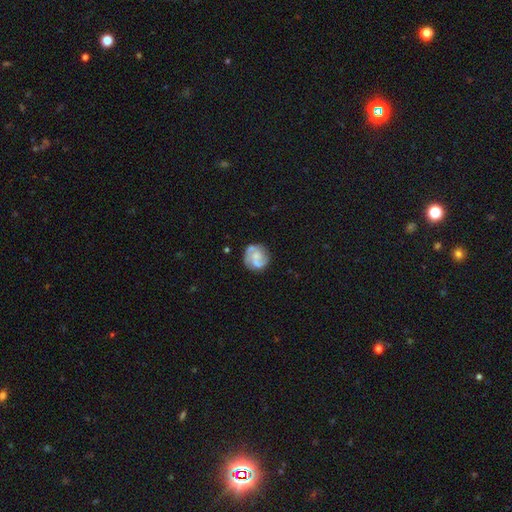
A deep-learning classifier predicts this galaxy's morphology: This is likely a featured or disk galaxy (67%). It is clearly not viewed edge-on (98%). Bar: likely no (68%). Spiral arm pattern: clearly yes (82%). Spiral arm count: marginally 2 (42%). Spiral winding: marginally tight (44%). Central bulge: marginally small (41%). Merging: likely none (68%).